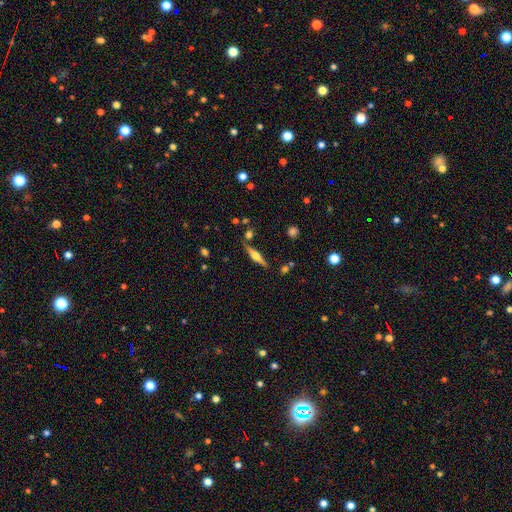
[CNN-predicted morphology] This appears to be a featured or disk galaxy (65%) viewed edge-on (96%) with a rounded central bulge (89%). Merging: none (81%).